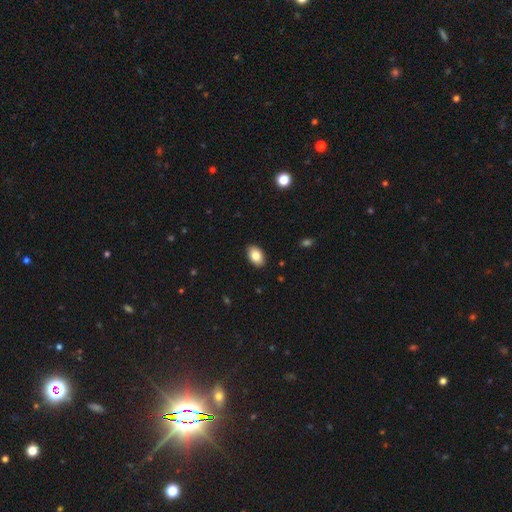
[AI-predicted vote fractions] Smooth or featured? smooth (84%)
How rounded? in between (91%)
Merging? none (89%)